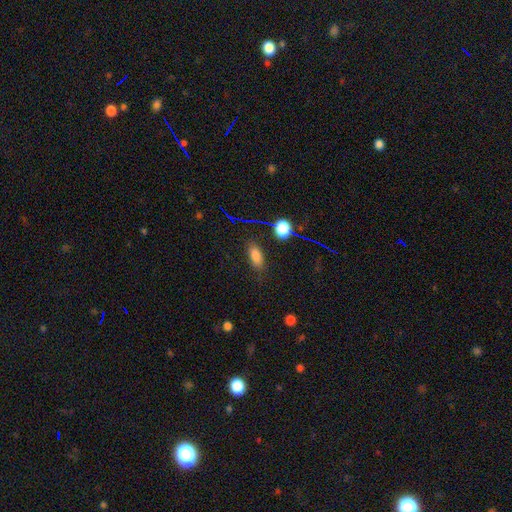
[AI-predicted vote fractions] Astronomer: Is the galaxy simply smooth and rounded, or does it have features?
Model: smooth — 79%.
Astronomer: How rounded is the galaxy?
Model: in between — 80%.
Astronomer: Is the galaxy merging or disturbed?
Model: none — 81%.